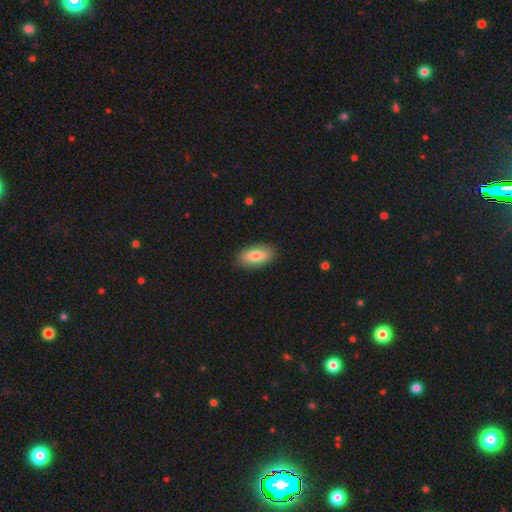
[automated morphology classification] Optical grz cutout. It shows a smooth galaxy with no disk features (78%) that is in between round and cigar-shaped (86%). Merging: none (87%).